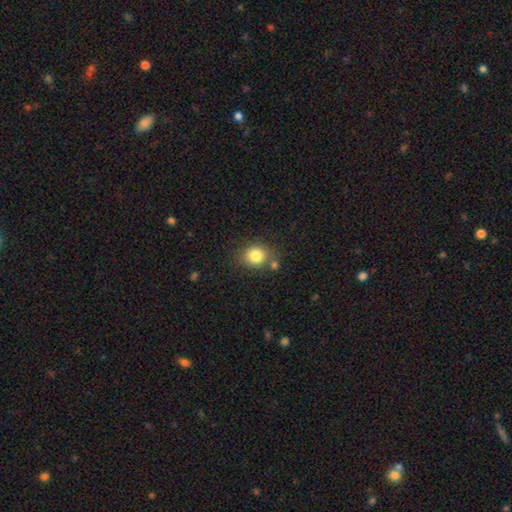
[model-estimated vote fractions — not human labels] Morphology: type=smooth (83%); roundness=round (76%); merging=none (70%).